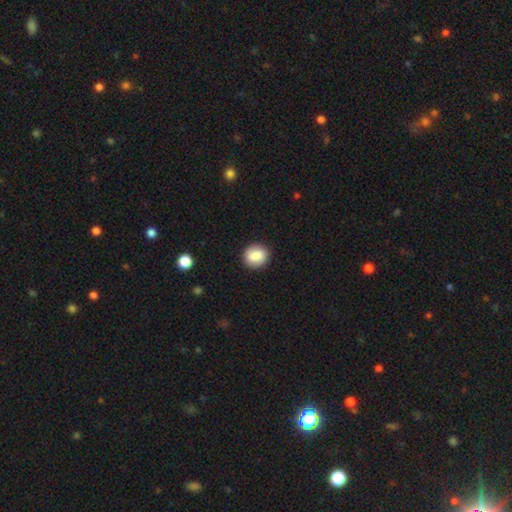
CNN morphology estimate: A smooth galaxy with no disk features (83%) that is round (81%). Merging: none (88%).